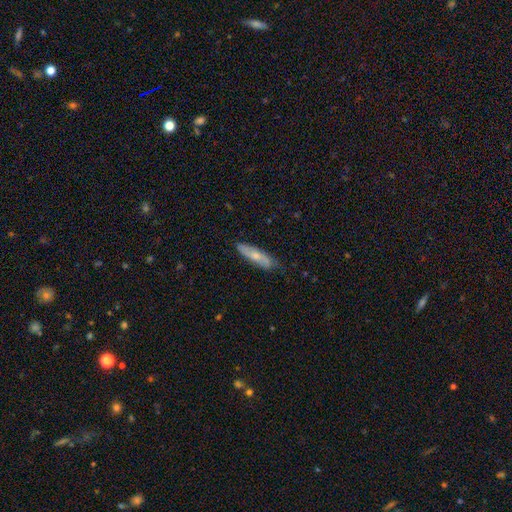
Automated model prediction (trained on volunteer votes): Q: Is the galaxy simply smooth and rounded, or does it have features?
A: smooth — 54%.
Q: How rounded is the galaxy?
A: cigar-shaped — 61%.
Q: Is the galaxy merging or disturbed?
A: none — 79%.